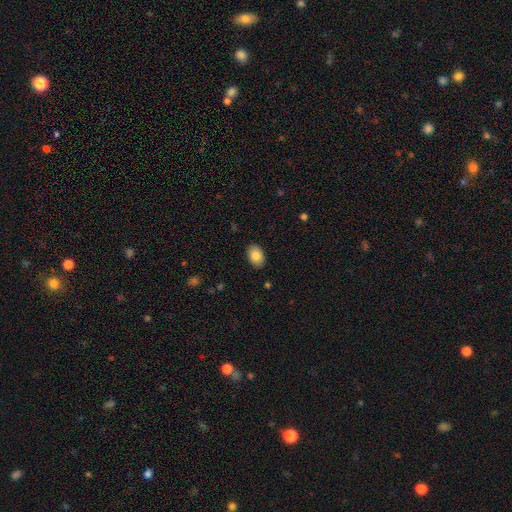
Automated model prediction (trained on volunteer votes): Q: Smooth or featured?
A: smooth (84%); runner-up: featured or disk (9%)
Q: How rounded?
A: in between (88%); runner-up: round (11%)
Q: Merging?
A: none (88%); runner-up: minor disturbance (9%)